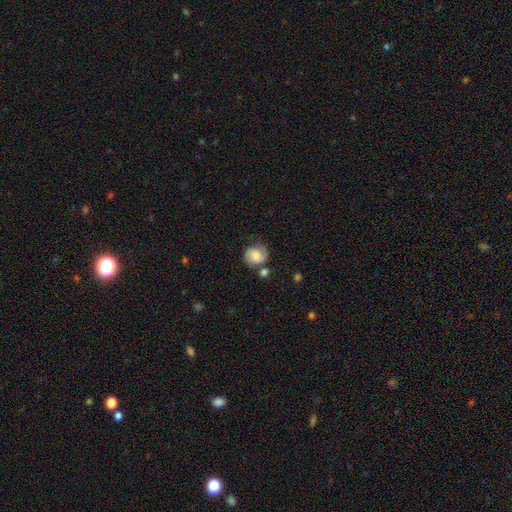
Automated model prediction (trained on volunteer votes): Overall: smooth (57%; featured or disk 35%). How rounded: round (79%). Merging: none (64%).